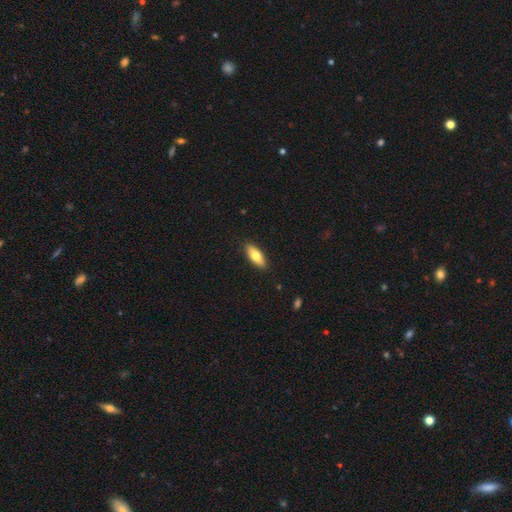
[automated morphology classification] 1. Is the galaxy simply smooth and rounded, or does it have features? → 71% smooth, 23% featured or disk, 6% star or artifact.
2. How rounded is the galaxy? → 72% in between, 26% cigar-shaped, 2% round.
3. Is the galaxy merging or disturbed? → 89% none, 9% minor disturbance, 2% major disturbance, 1% merger.